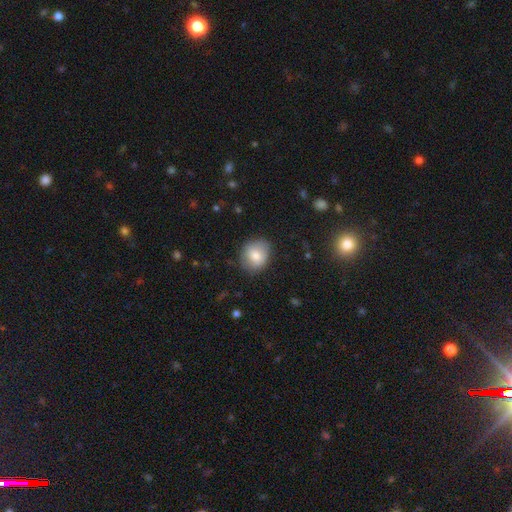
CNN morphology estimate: type=smooth (78%); roundness=round (68%); merging=none (82%).